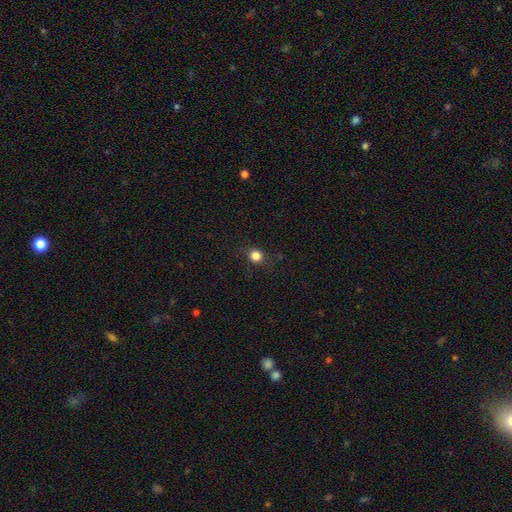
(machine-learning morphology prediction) smooth_or_featured: smooth (p=0.83) [alt: star or artifact p=0.13]
how_rounded: round (p=0.88) [alt: in between p=0.11]
merging: none (p=0.86) [alt: minor disturbance p=0.10]